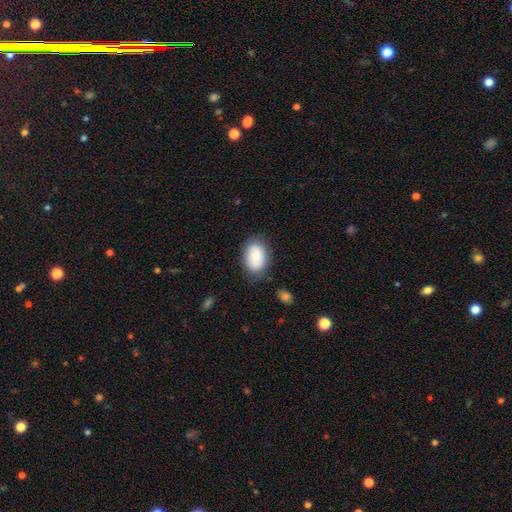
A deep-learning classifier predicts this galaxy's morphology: smooth-or-featured: smooth: 79% | featured or disk: 13% | star or artifact: 7%
  how-rounded: in between: 83% | round: 16% | cigar-shaped: 1%
  merging: none: 78% | minor disturbance: 16% | major disturbance: 4% | merger: 2%